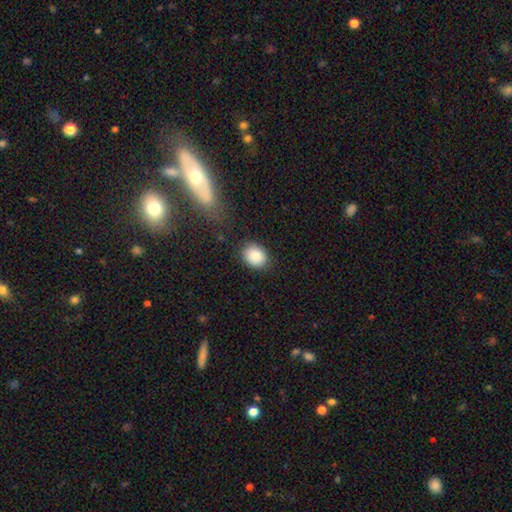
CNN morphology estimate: Smooth or featured: smooth — 85% (star or artifact — 8%)
How rounded: round — 54% (in between — 45%)
Merging: none — 85% (minor disturbance — 10%)